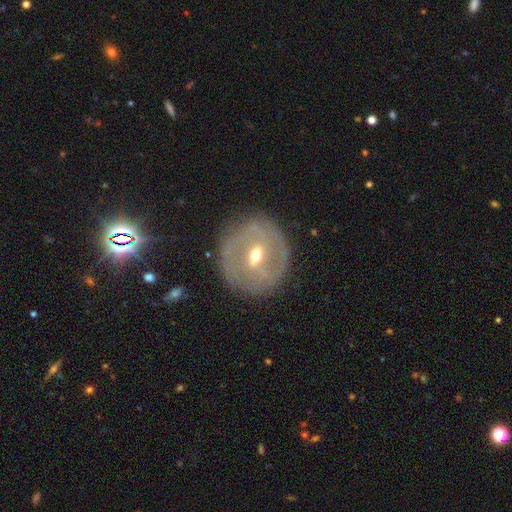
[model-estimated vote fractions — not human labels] Smooth or featured? featured or disk (72%)
Edge-on disk? no (93%)
Bar? weak (48%)
Spiral arms? yes (51%)
Bulge size? moderate (60%)
Merging? none (80%)